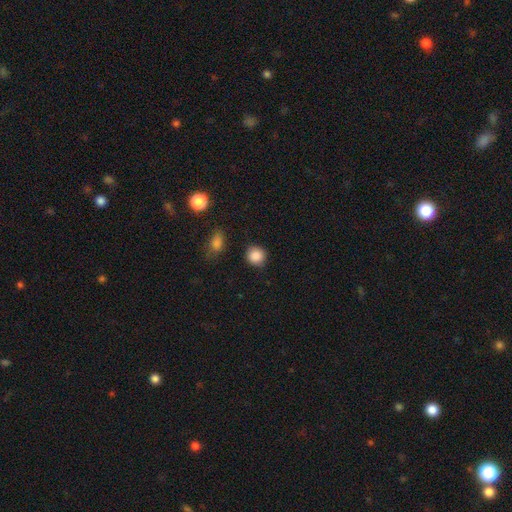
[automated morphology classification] A smooth galaxy with no disk features (87%) that is round (86%). Merging: none (85%).